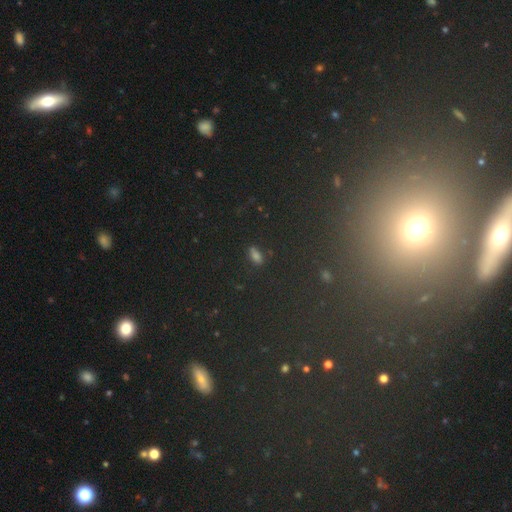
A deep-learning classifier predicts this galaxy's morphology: This appears to be a smooth galaxy with no disk features (57%) that is in between round and cigar-shaped (79%). Merging: none (80%).